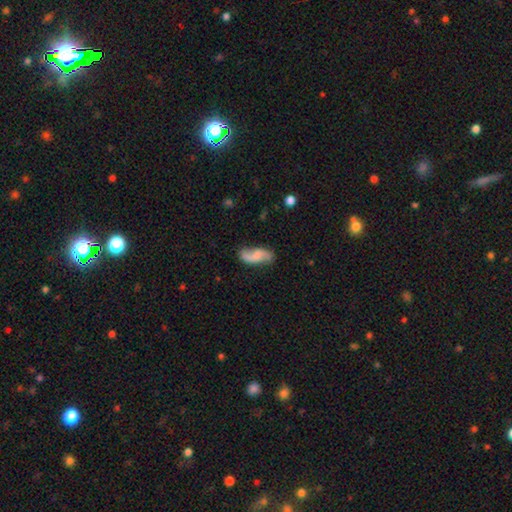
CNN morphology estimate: smooth_or_featured: featured or disk (p=0.56) [alt: smooth p=0.37]
disk_edge_on: no (p=0.94) [alt: yes p=0.06]
bar: no (p=0.53) [alt: weak p=0.36]
has_spiral_arms: yes (p=0.91) [alt: no p=0.09]
bulge_size: none (p=0.48) [alt: small p=0.25]
merging: none (p=0.69) [alt: minor disturbance p=0.21]